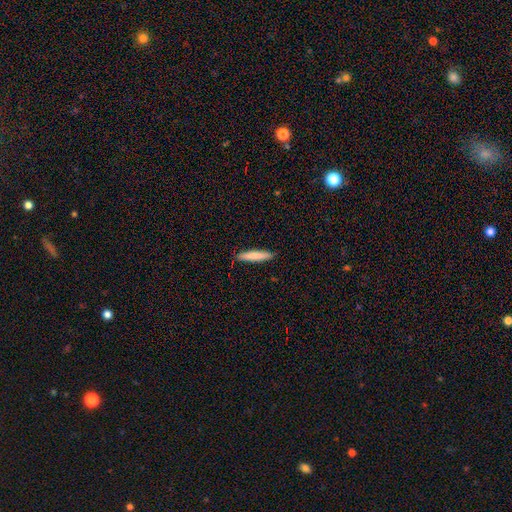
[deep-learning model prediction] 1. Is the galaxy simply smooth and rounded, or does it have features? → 82% smooth, 13% featured or disk, 6% star or artifact.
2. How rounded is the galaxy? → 90% cigar-shaped, 9% in between, 1% round.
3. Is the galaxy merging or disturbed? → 89% none, 8% minor disturbance, 2% major disturbance, 1% merger.